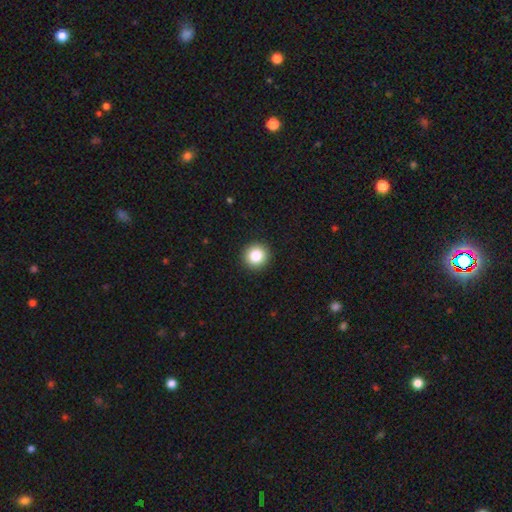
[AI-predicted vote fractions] Morphology: type=smooth (86%); roundness=round (95%); merging=none (93%).